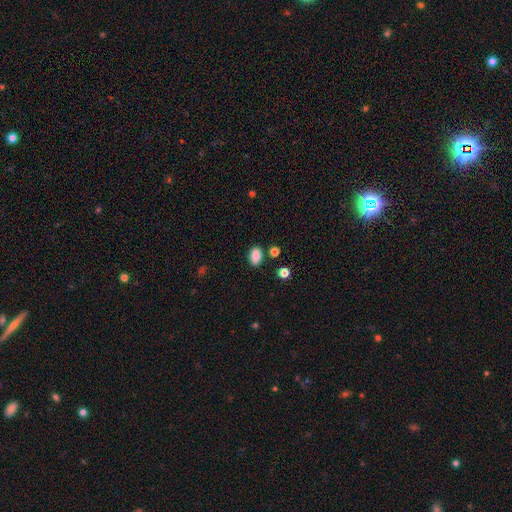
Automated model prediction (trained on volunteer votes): Smooth or featured? smooth (86%)
How rounded? in between (85%)
Merging? none (77%)